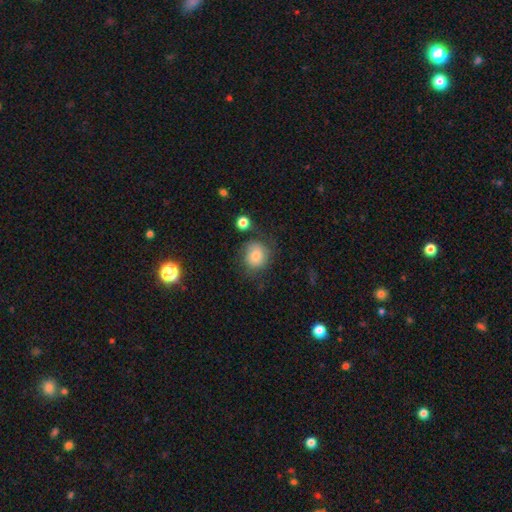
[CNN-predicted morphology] type=smooth (74%); roundness=round (82%); merging=none (66%).